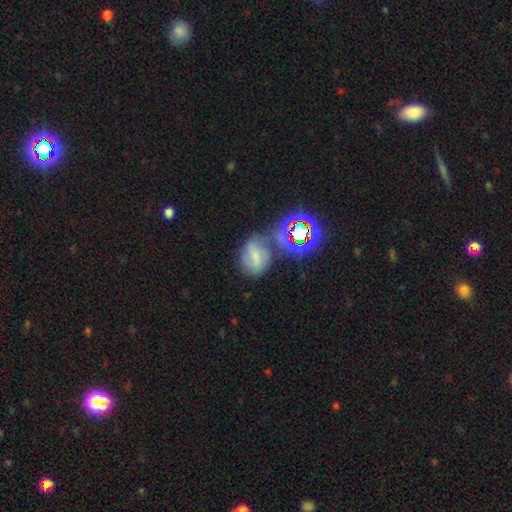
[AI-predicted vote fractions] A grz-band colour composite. It shows a smooth galaxy with no disk features (44%). Merging: none (45%).